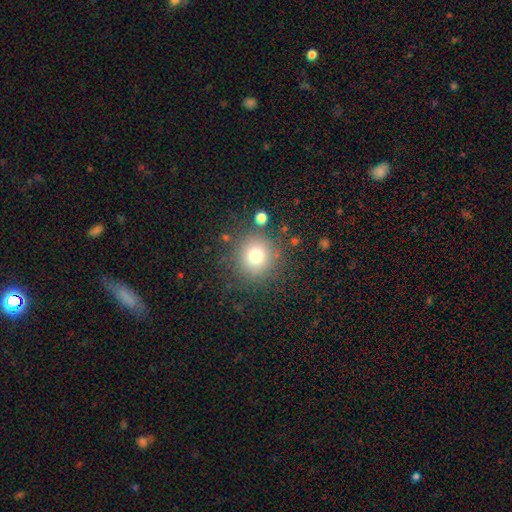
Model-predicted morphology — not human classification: type=smooth (76%); roundness=round (92%); merging=none (81%).